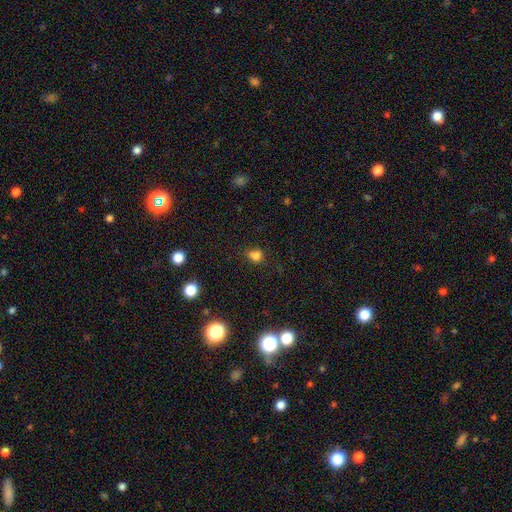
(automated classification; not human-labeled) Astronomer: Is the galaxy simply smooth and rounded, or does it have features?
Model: smooth — 77%.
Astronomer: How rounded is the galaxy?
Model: round — 66%.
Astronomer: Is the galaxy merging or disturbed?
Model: none — 67%.